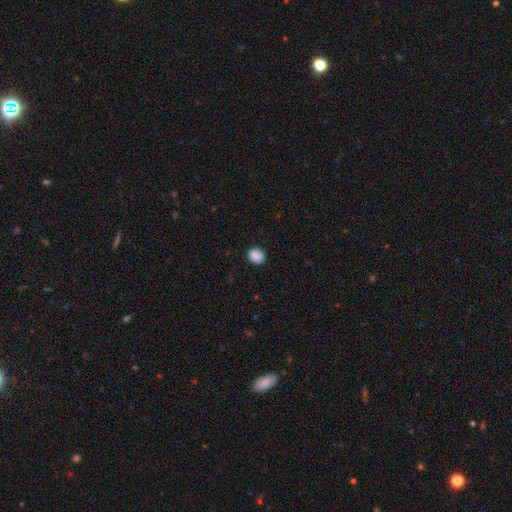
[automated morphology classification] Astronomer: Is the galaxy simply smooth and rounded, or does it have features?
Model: smooth — 89%.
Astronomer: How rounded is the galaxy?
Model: round — 64%.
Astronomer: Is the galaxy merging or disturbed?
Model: none — 89%.